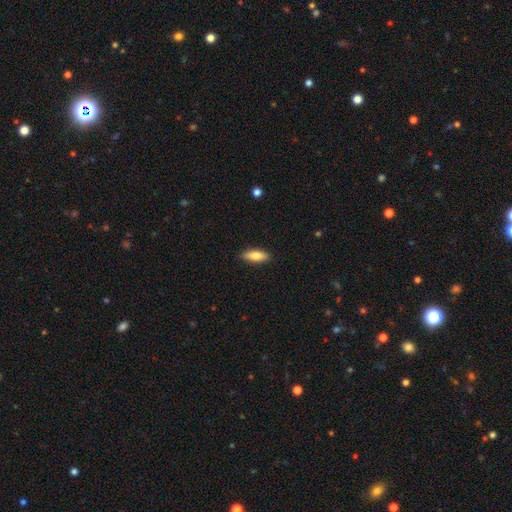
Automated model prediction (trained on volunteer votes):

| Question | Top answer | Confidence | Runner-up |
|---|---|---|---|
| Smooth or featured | smooth | 77% | featured or disk (17%) |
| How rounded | in between | 59% | cigar-shaped (39%) |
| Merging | none | 89% | minor disturbance (9%) |